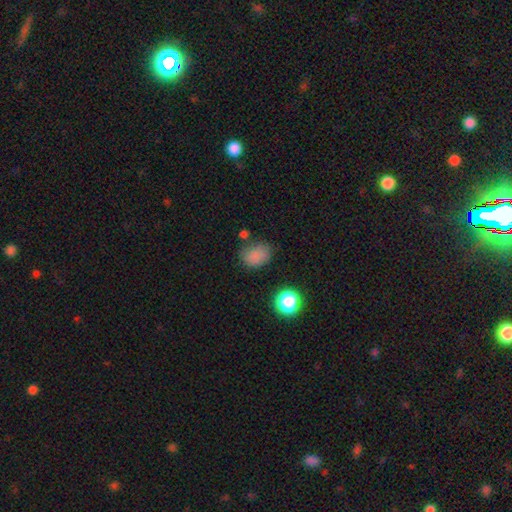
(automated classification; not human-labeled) smooth 82%, star or artifact 12%, featured or disk 6%. Down the decision tree: how rounded — in between (62%); merging — none (65%).